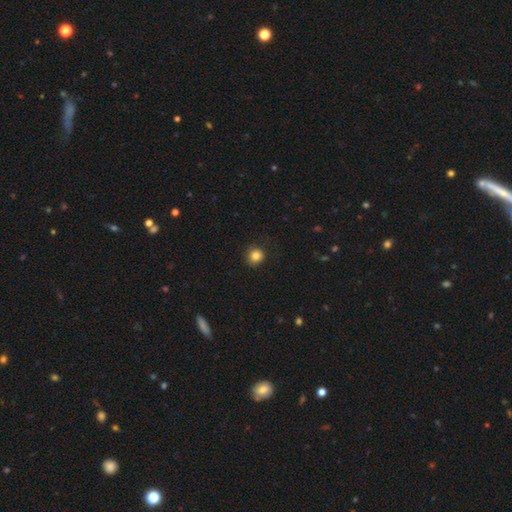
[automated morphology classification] type=smooth (84%); roundness=round (90%); merging=none (85%).